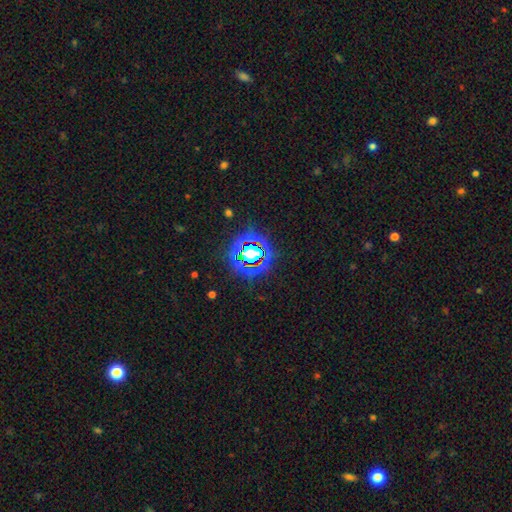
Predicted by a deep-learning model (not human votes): Smooth or featured: star or artifact — 79% (smooth — 13%)